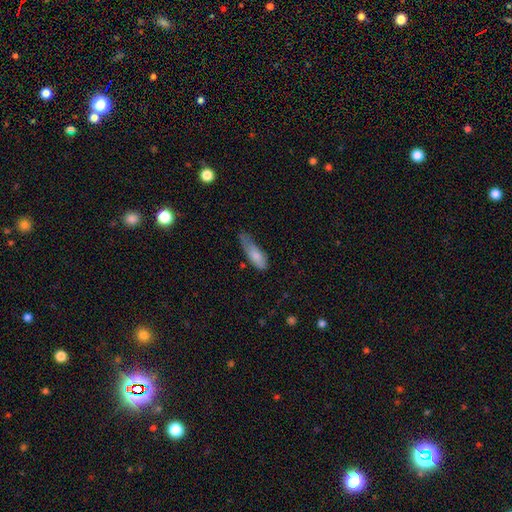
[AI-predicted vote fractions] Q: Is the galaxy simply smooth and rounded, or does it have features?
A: smooth — 79%.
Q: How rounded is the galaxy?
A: in between — 57%.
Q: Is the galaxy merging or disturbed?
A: minor disturbance — 44%.